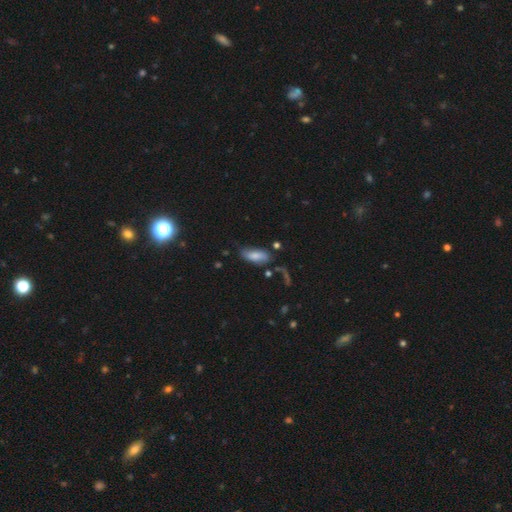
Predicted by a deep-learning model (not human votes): Morphology: type=smooth (76%); roundness=in between (81%); merging=none (61%).